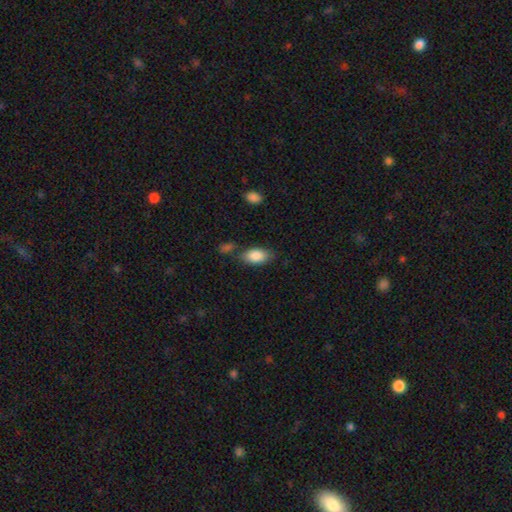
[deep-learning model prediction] A smooth galaxy with no disk features (86%) that is in between round and cigar-shaped (92%). Merging: none (70%).